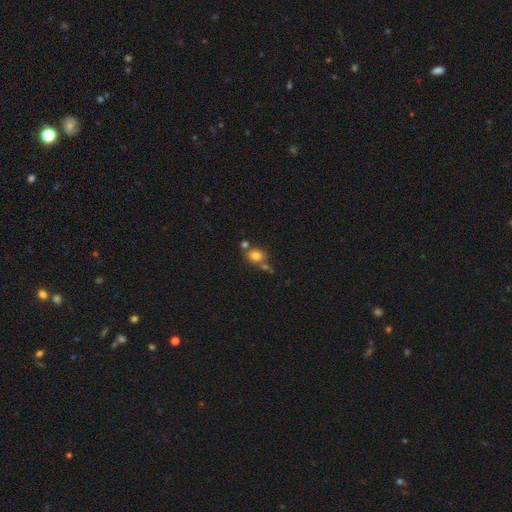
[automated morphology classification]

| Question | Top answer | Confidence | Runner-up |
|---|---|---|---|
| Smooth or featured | smooth | 79% | star or artifact (12%) |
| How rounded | round | 58% | in between (41%) |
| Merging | none | 57% | merger (24%) |